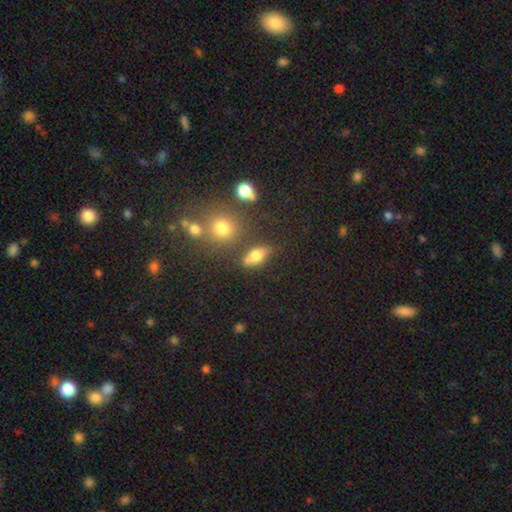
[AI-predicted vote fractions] smooth_or_featured: smooth (p=0.67) [alt: featured or disk p=0.19]
how_rounded: in between (p=0.67) [alt: round p=0.18]
merging: none (p=0.62) [alt: minor disturbance p=0.17]